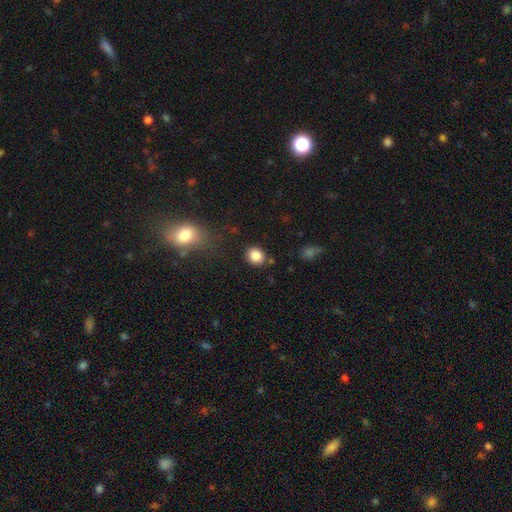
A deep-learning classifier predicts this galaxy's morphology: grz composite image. It shows a smooth galaxy with no disk features (85%) that is round (70%). Merging: none (83%).